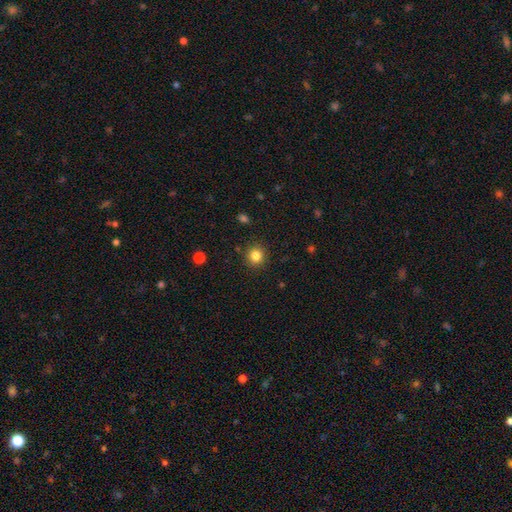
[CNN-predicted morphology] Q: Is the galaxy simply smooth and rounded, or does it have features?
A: smooth — 83%.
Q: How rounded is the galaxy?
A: round — 91%.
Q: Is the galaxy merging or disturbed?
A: none — 90%.